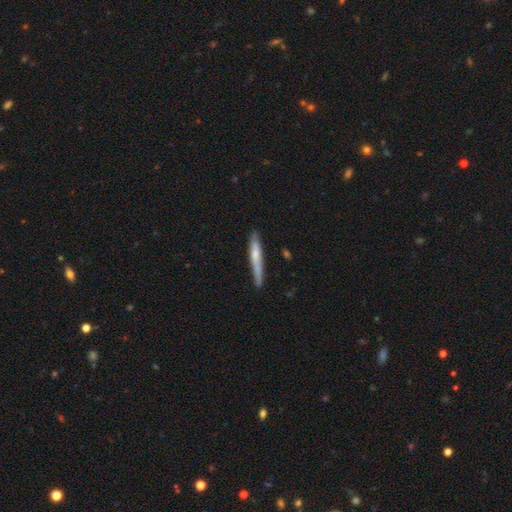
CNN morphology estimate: smooth-or-featured: smooth: 53% | featured or disk: 41% | star or artifact: 6%
  how-rounded: cigar-shaped: 94% | in between: 5% | round: 1%
  merging: none: 76% | minor disturbance: 19% | major disturbance: 3% | merger: 2%